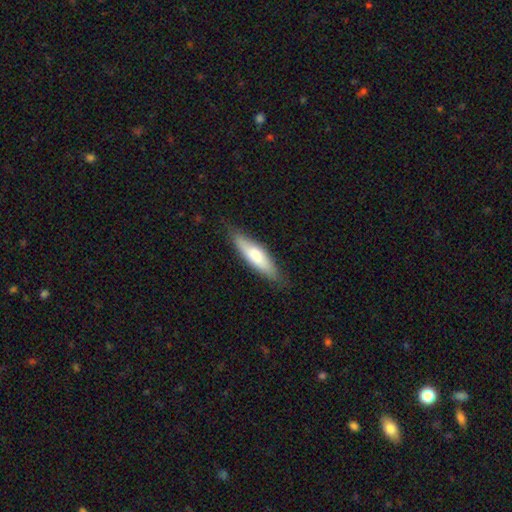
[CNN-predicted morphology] Smooth or featured?
  - smooth: 69% *
  - featured or disk: 26%
  - star or artifact: 5%
How rounded?
  - cigar-shaped: 62% *
  - in between: 36%
  - round: 2%
Merging?
  - none: 78% *
  - minor disturbance: 17%
  - major disturbance: 3%
  - merger: 1%